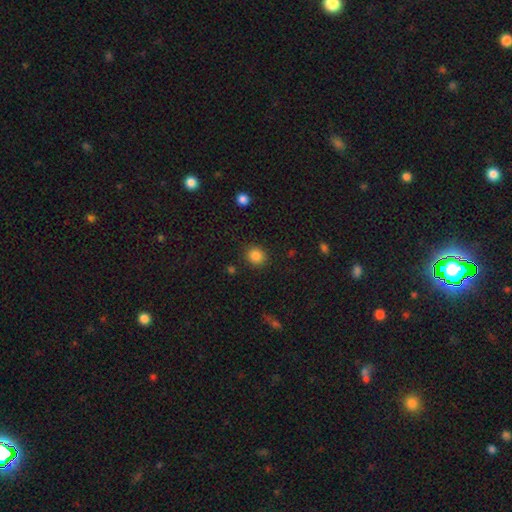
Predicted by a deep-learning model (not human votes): smooth_or_featured: smooth (p=0.85) [alt: star or artifact p=0.10]
how_rounded: round (p=0.83) [alt: in between p=0.16]
merging: none (p=0.88) [alt: minor disturbance p=0.07]